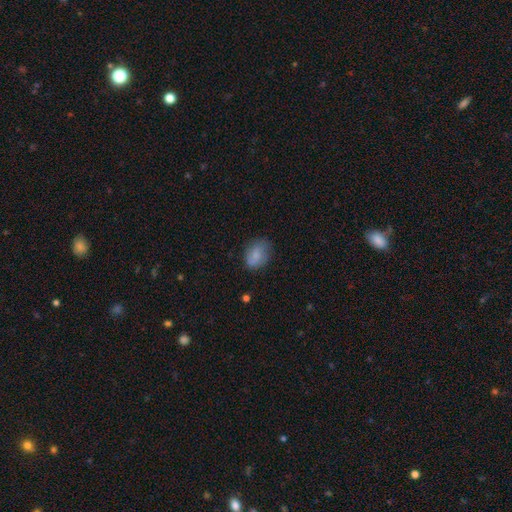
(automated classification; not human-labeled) Smooth or featured? Predicted: smooth (p=0.79). How rounded? Predicted: in between (p=0.76). Merging? Predicted: none (p=0.69).